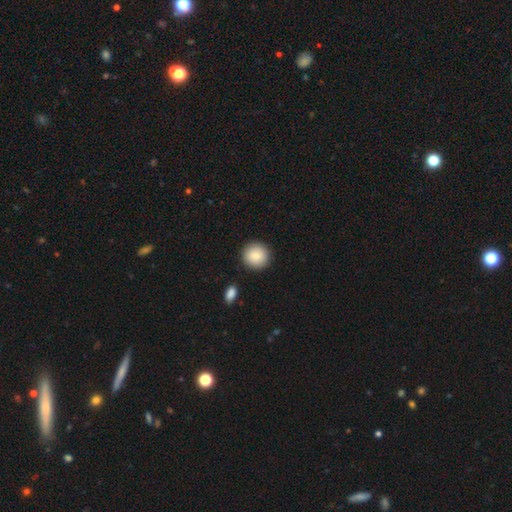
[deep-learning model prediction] Overall: smooth (85%). How rounded: round (93%). Merging: none (90%).